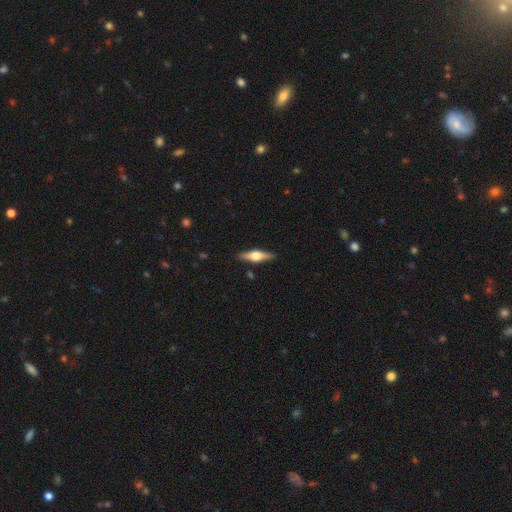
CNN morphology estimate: smooth-or-featured: featured or disk: 63% | smooth: 32% | star or artifact: 6%
  disk-edge-on: yes: 96% | no: 4%
    edge-on-bulge: rounded: 93% | boxy: 5% | none: 2%
  merging: none: 89% | minor disturbance: 8% | major disturbance: 2% | merger: 1%